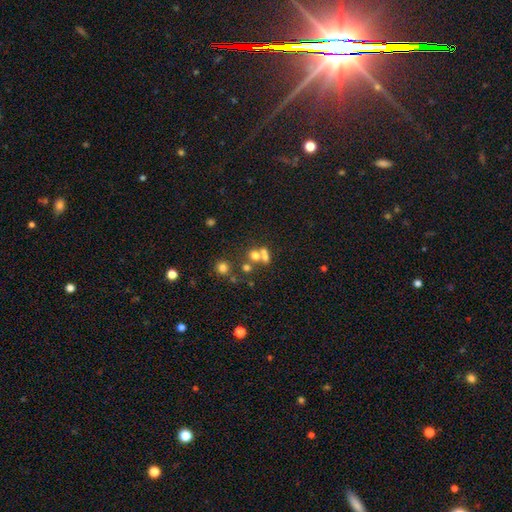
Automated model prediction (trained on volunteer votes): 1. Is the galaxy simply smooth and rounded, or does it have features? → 60% smooth, 20% star or artifact, 20% featured or disk.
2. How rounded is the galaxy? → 70% round, 28% in between, 2% cigar-shaped.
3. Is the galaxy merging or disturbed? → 47% merger, 40% none, 8% minor disturbance, 6% major disturbance.